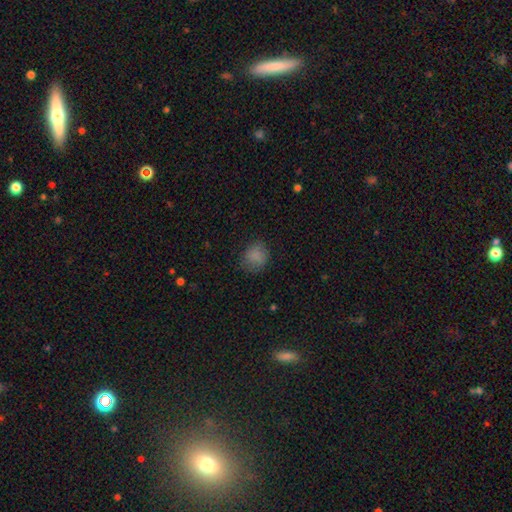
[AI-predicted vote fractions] Morphology: type=smooth (84%); roundness=round (74%); merging=none (72%).